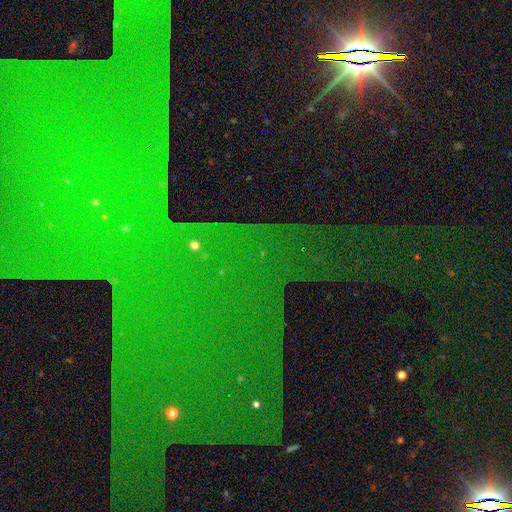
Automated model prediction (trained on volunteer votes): Smooth or featured?
  - star or artifact: 86% *
  - featured or disk: 8%
  - smooth: 7%